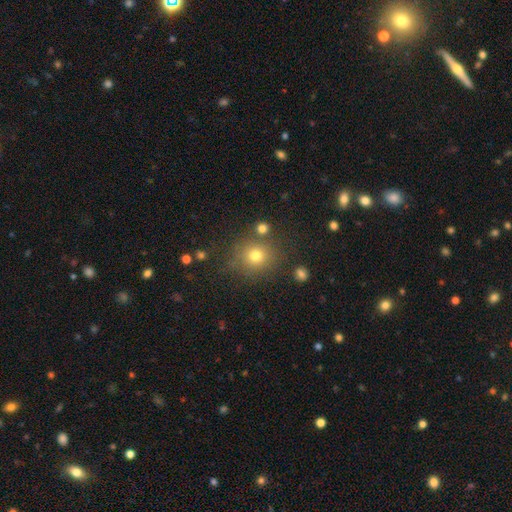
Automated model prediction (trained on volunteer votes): A smooth galaxy with no disk features (74%) that is round (88%). Merging: none (78%).